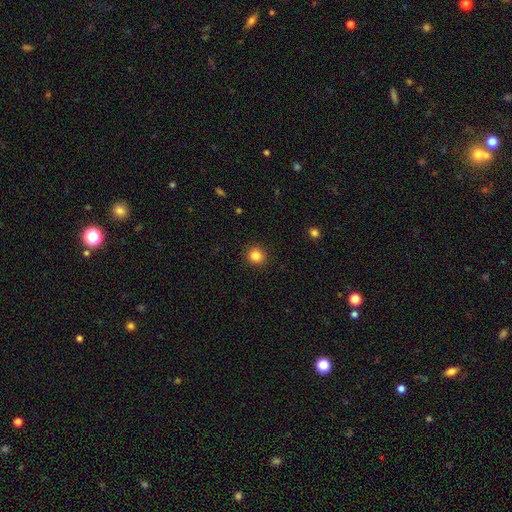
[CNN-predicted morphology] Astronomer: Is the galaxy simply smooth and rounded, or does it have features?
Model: smooth — 84%.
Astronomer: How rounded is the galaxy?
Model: round — 90%.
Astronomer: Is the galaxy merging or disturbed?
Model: none — 92%.